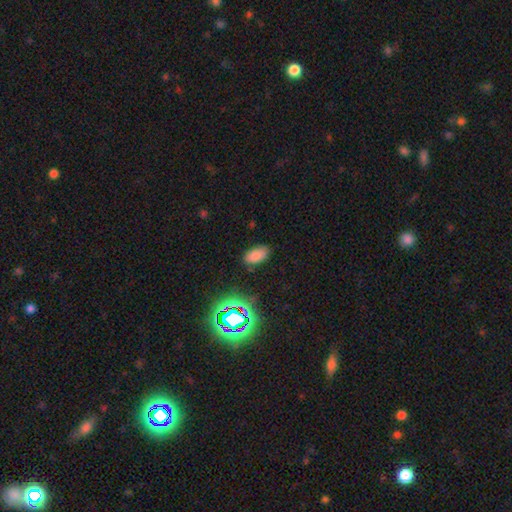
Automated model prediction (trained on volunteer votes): A smooth galaxy with no disk features (76%) that is in between round and cigar-shaped (93%).

Vote fractions:
- Smooth or featured? smooth: 76% / star or artifact: 17% / featured or disk: 7%
- How rounded? in between: 93% / round: 4% / cigar-shaped: 2%
- Merging? none: 82% / minor disturbance: 13% / major disturbance: 3% / merger: 2%